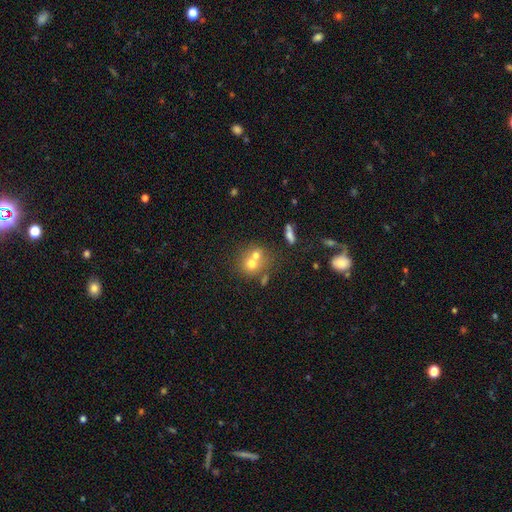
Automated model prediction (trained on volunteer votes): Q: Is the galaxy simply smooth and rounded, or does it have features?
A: smooth — 64%.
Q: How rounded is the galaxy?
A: round — 79%.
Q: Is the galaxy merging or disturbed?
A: merger — 55%.